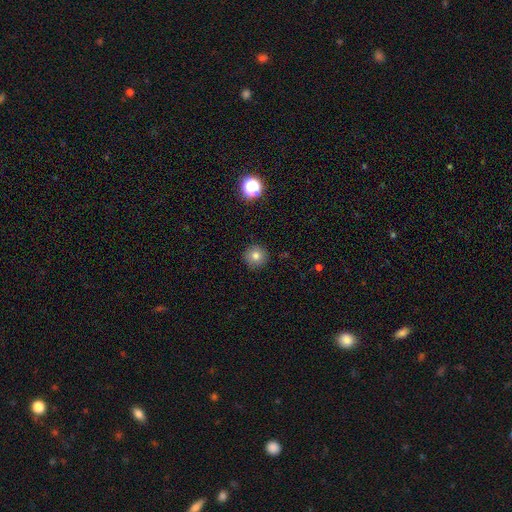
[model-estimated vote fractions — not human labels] smooth_or_featured: smooth (p=0.79) [alt: star or artifact p=0.13]
how_rounded: round (p=0.95) [alt: in between p=0.04]
merging: none (p=0.90) [alt: minor disturbance p=0.07]